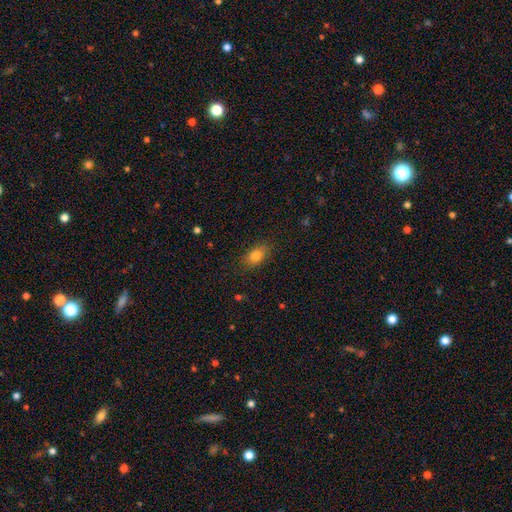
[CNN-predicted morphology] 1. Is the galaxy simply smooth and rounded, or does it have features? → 81% smooth, 10% star or artifact, 9% featured or disk.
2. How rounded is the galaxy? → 82% in between, 14% round, 3% cigar-shaped.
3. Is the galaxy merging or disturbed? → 84% none, 12% minor disturbance, 3% major disturbance, 1% merger.